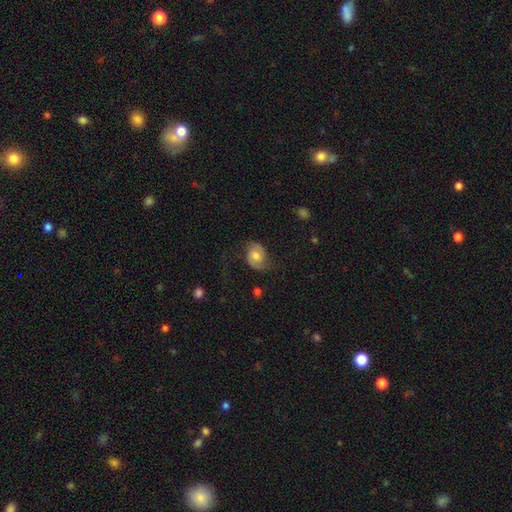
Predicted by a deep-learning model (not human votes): Smooth or featured? featured or disk (53%)
Edge-on disk? no (97%)
Bar? no (58%)
Spiral arms? yes (86%)
Bulge size? moderate (68%)
Merging? none (63%)